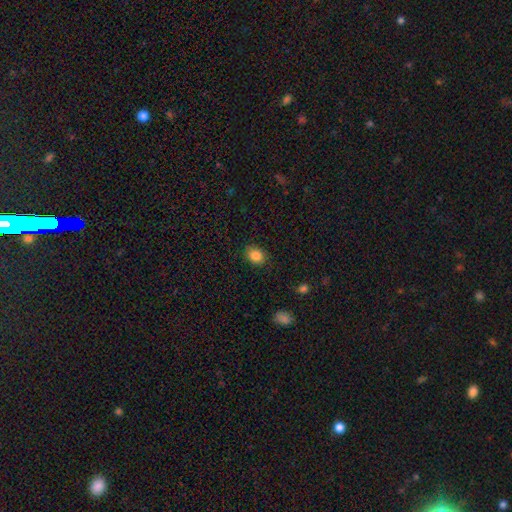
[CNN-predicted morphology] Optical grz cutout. It shows a smooth galaxy with no disk features (86%) that is in between round and cigar-shaped (51%). Merging: none (86%).